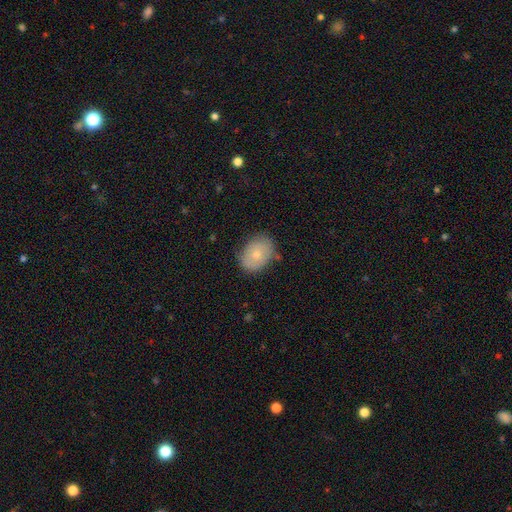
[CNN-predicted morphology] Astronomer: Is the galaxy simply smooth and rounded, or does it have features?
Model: smooth — 71%.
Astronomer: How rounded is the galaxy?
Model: in between — 71%.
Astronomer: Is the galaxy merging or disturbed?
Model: none — 75%.